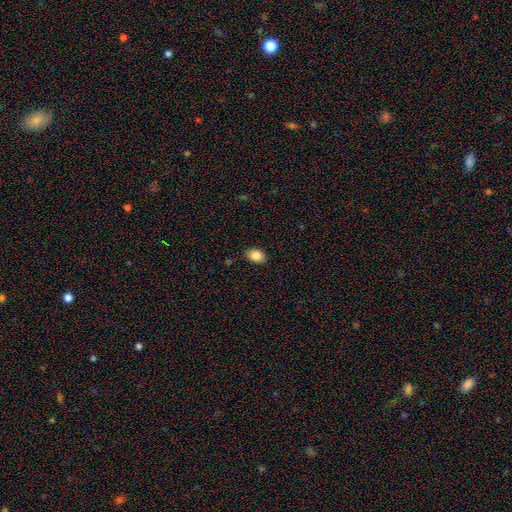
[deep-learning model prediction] This appears to be a smooth galaxy with no disk features (84%) that is in between round and cigar-shaped (78%). Merging: none (85%).